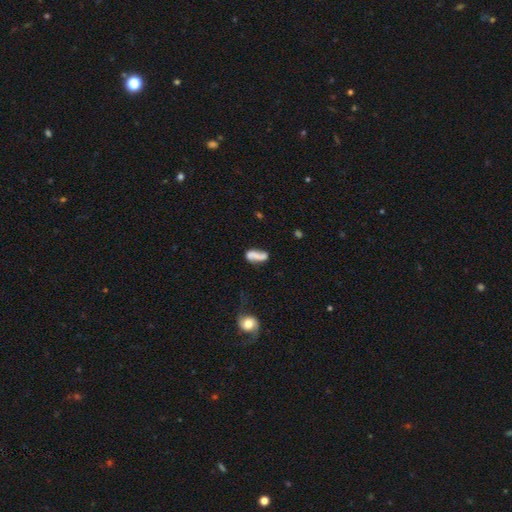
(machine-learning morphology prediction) This is possibly a smooth galaxy (53%). How rounded: likely in between (74%). Merging: possibly none (47%).